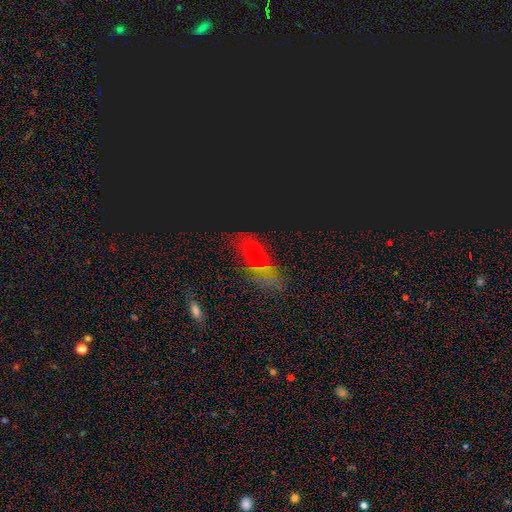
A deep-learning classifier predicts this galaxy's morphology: smooth-or-featured: star or artifact: 43% | smooth: 37% | featured or disk: 20%